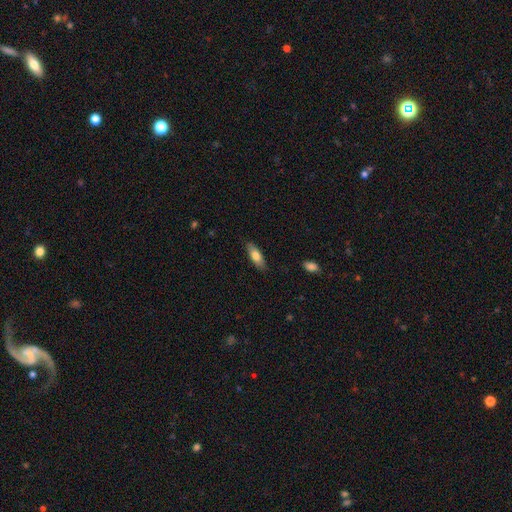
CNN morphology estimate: smooth_or_featured: smooth (p=0.74) [alt: featured or disk p=0.20]
how_rounded: in between (p=0.64) [alt: cigar-shaped p=0.34]
merging: none (p=0.85) [alt: minor disturbance p=0.11]